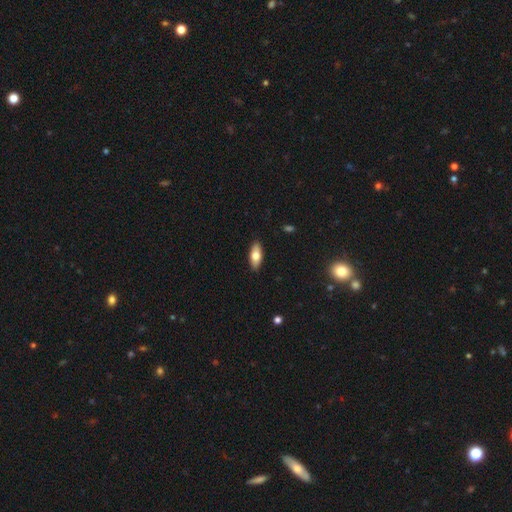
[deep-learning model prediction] smooth-or-featured: smooth: 75% | featured or disk: 19% | star or artifact: 6%
  how-rounded: in between: 80% | cigar-shaped: 17% | round: 2%
  merging: none: 90% | minor disturbance: 8% | major disturbance: 2% | merger: 1%